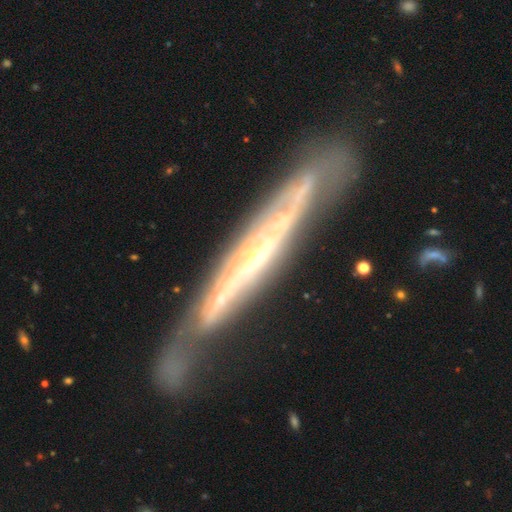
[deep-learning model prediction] Q: Smooth or featured?
A: featured or disk (83%); runner-up: smooth (11%)
Q: Edge-on disk?
A: yes (63%); runner-up: no (37%)
Q: Edge-on bulge?
A: rounded (54%); runner-up: none (40%)
Q: Merging?
A: none (56%); runner-up: minor disturbance (24%)